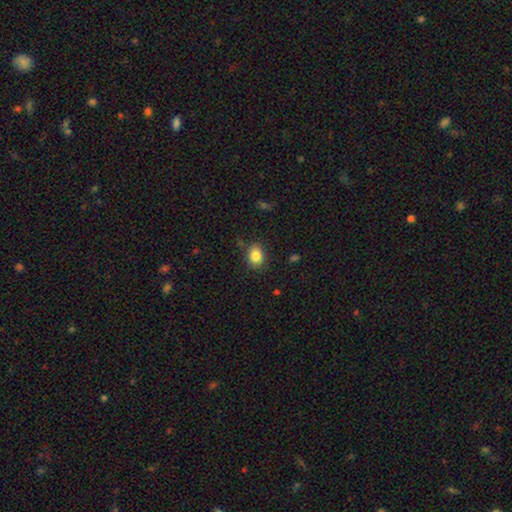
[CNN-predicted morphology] The model was most divided on "how rounded": in between: 58%, round: 41%, cigar-shaped: 1%. More confident: smooth or featured — smooth (84%); merging — none (83%).